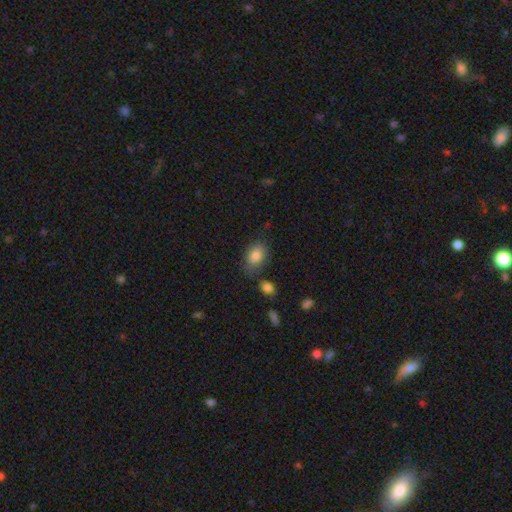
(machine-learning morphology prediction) This is clearly a smooth galaxy (84%). How rounded: clearly in between (83%). Merging: likely none (71%).